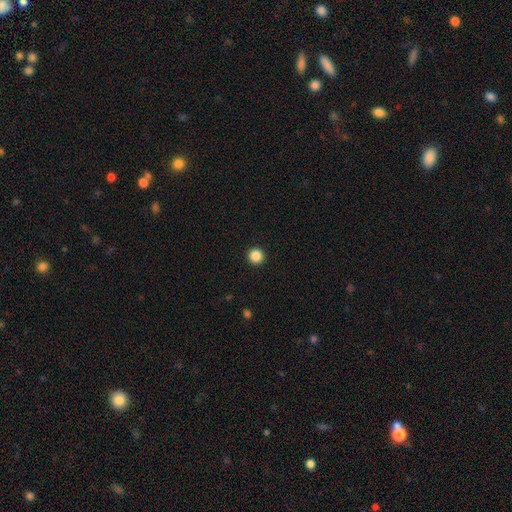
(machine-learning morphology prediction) Smooth or featured? Predicted: smooth (p=0.87). How rounded? Predicted: round (p=0.97). Merging? Predicted: none (p=0.94).